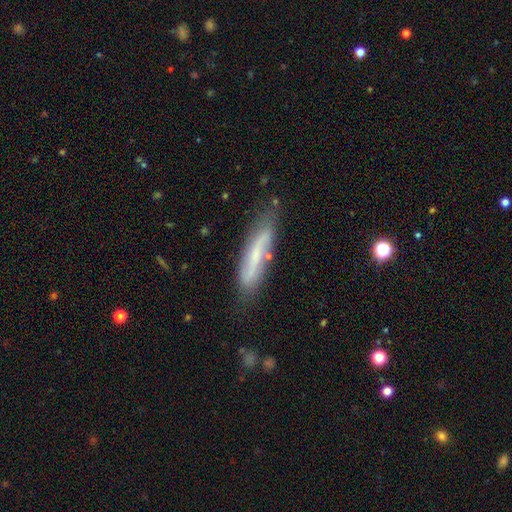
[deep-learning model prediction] featured or disk 53%, smooth 40%, star or artifact 8%. Down the decision tree: edge-on disk — no (53%); merging — none (68%).